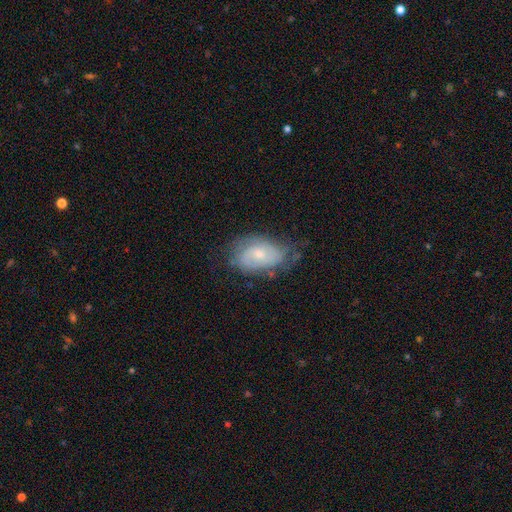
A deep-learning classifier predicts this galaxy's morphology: smooth-or-featured: featured or disk: 60% | smooth: 29% | star or artifact: 11%
  disk-edge-on: no: 94% | yes: 6%
    bar: no: 64% | weak: 30% | strong: 6%
    has-spiral-arms: yes: 84% | no: 16%
    bulge-size: small: 53% | moderate: 40% | none: 3% | large: 3% | dominant: 1%
  merging: none: 68% | minor disturbance: 23% | major disturbance: 8% | merger: 1%